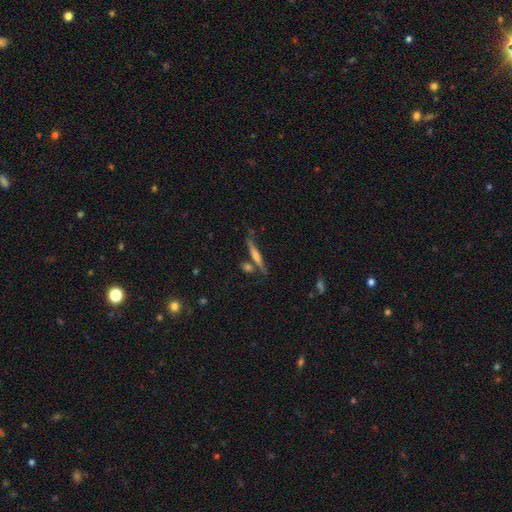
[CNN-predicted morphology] Smooth or featured? Predicted: featured or disk (p=0.57). Edge-on disk? Predicted: yes (p=0.94). Edge-on bulge? Predicted: rounded (p=0.56). Merging? Predicted: none (p=0.73).